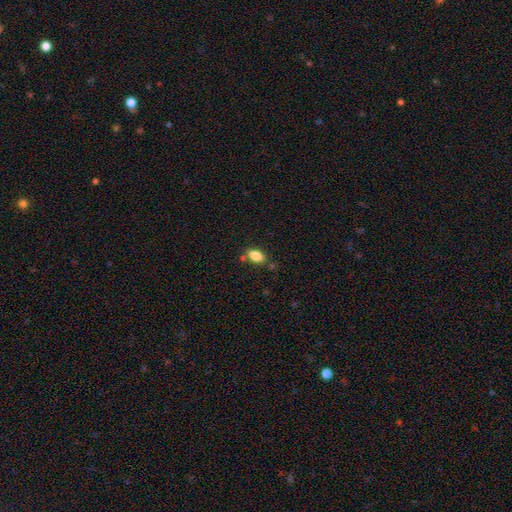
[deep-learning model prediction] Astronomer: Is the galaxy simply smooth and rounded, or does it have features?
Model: smooth — 85%.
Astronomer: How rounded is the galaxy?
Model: in between — 90%.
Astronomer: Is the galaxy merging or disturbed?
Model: none — 75%.